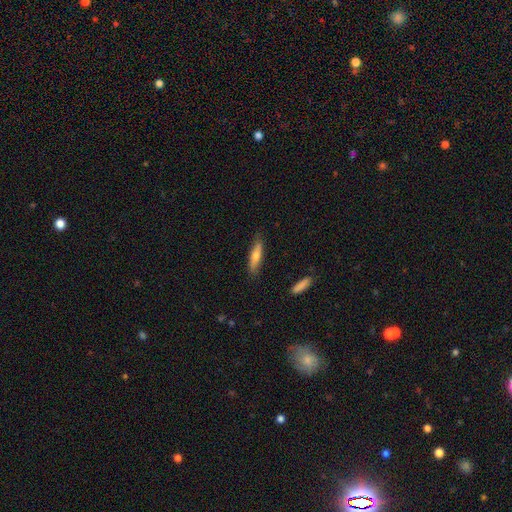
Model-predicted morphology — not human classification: smooth_or_featured: smooth (p=0.61) [alt: featured or disk p=0.32]
how_rounded: cigar-shaped (p=0.76) [alt: in between p=0.22]
merging: none (p=0.83) [alt: minor disturbance p=0.13]